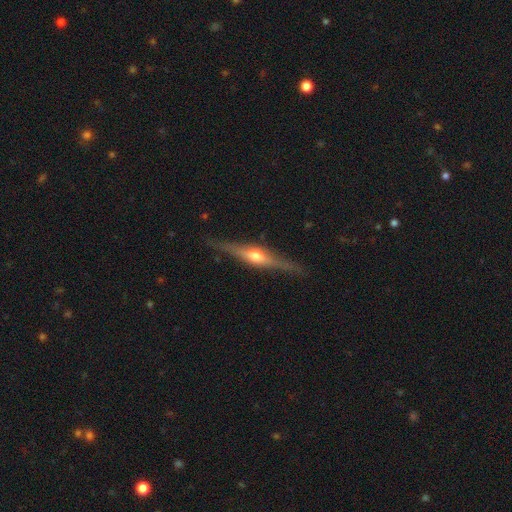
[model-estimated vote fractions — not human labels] The model was most divided on "smooth or featured": featured or disk: 77%, smooth: 18%, star or artifact: 6%. More confident: edge-on disk — yes (97%); edge-on bulge — rounded (91%); merging — none (87%).